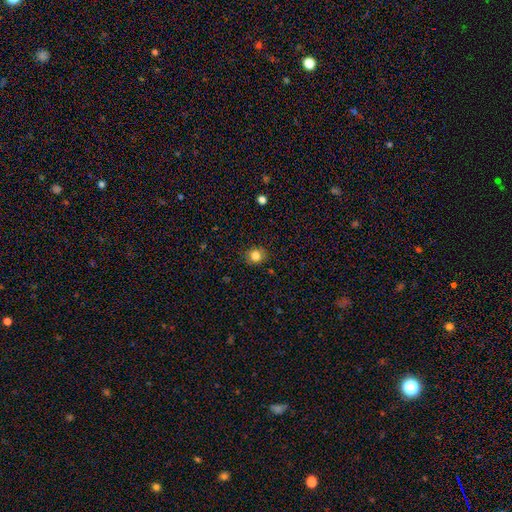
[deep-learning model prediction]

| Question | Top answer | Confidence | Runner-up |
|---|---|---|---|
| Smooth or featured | smooth | 83% | star or artifact (11%) |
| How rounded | round | 79% | in between (20%) |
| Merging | none | 88% | minor disturbance (9%) |